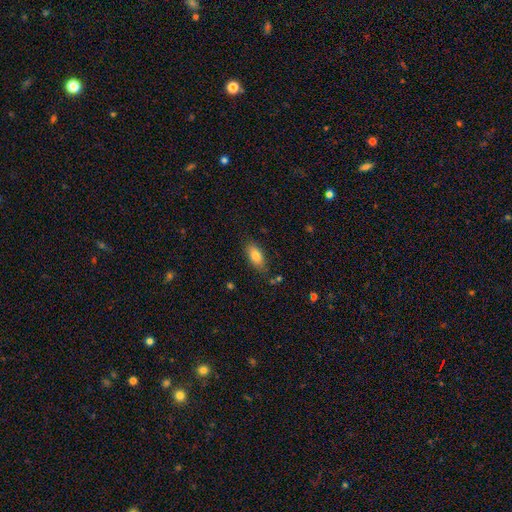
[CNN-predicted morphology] Smooth or featured: smooth — 82% (featured or disk — 11%)
How rounded: in between — 87% (cigar-shaped — 9%)
Merging: none — 78% (minor disturbance — 16%)